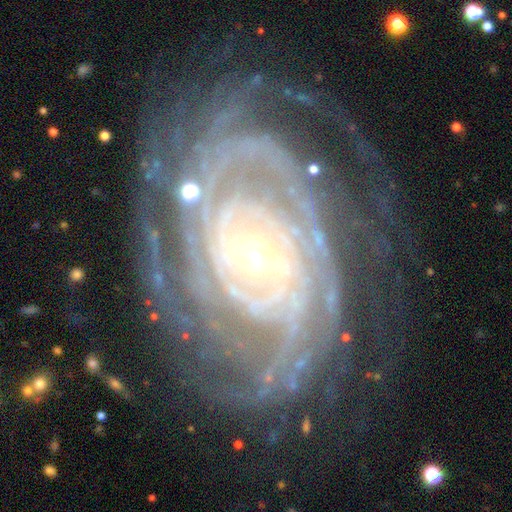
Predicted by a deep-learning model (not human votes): Overall: featured or disk (91%). Edge-on disk: no (97%). Bar: no (51%; weak 31%). Spiral arms: yes (98%). Spiral arm count: can't tell (26%; 4 19%). Spiral winding: tight (80%). Bulge size: small (65%; moderate 30%). Merging: none (71%).